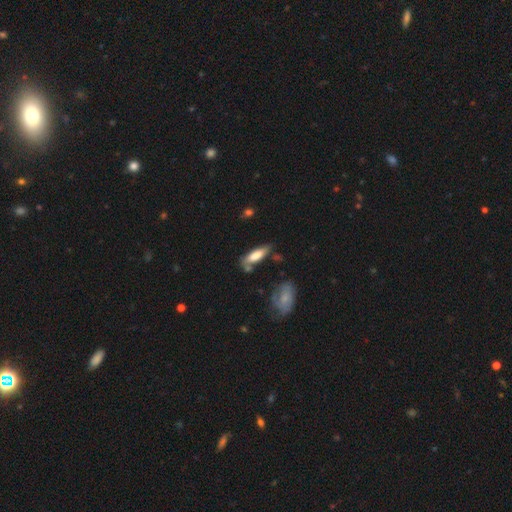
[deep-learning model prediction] Morphology: type=smooth (73%); roundness=in between (52%); merging=none (56%).